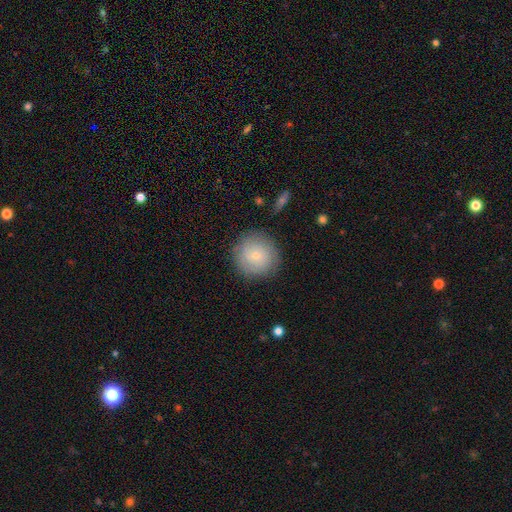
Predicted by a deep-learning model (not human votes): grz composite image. It shows a smooth galaxy with no disk features (74%) that is round (95%). Merging: none (86%).